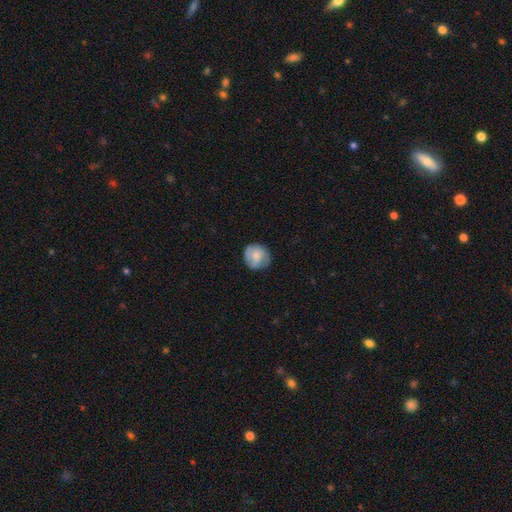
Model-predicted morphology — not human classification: The model was most divided on "smooth or featured": smooth: 67%, featured or disk: 27%, star or artifact: 7%. More confident: how rounded — round (88%); merging — none (78%).